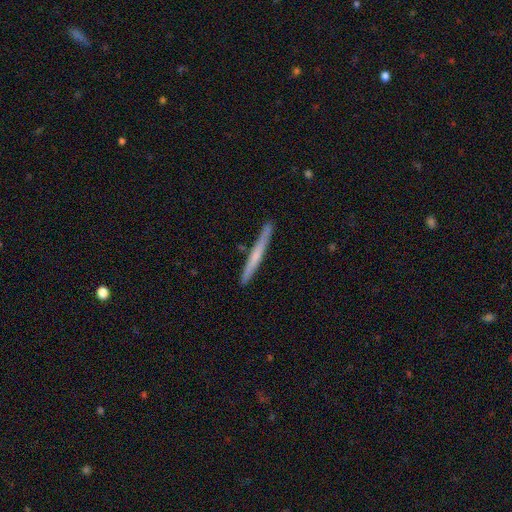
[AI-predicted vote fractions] smooth_or_featured: smooth (p=0.50) [alt: featured or disk p=0.44]
how_rounded: cigar-shaped (p=0.97) [alt: in between p=0.02]
merging: none (p=0.90) [alt: minor disturbance p=0.07]